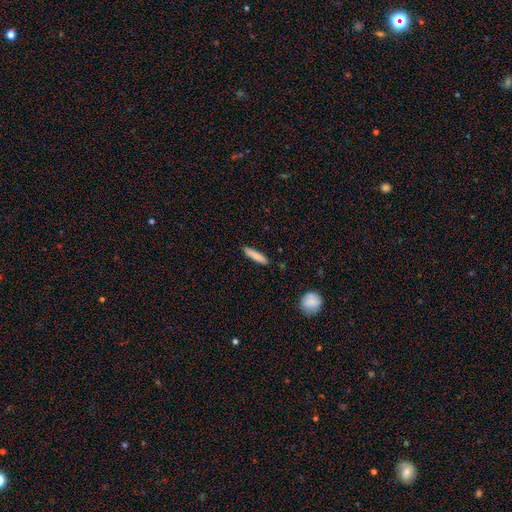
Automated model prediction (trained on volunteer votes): Smooth or featured? smooth (83%)
How rounded? cigar-shaped (86%)
Merging? none (89%)